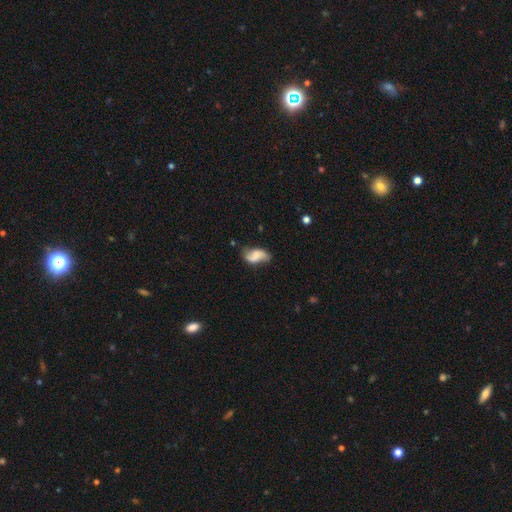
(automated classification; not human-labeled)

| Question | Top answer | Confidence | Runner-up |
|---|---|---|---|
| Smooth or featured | featured or disk | 49% | smooth (43%) |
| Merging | none | 57% | minor disturbance (28%) |